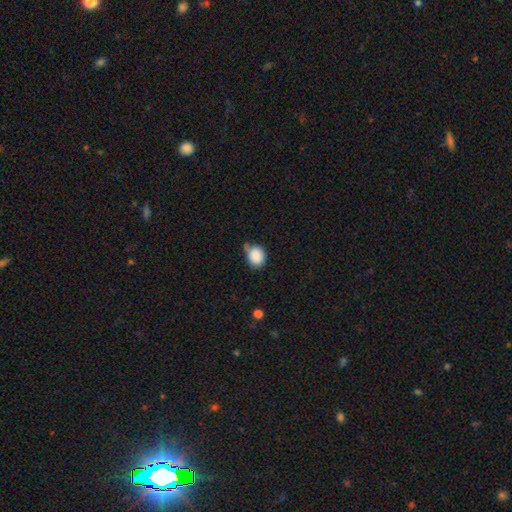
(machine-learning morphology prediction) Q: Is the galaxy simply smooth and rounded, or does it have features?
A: smooth — 88%.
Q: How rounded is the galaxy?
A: round — 64%.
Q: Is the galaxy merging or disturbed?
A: none — 52%.